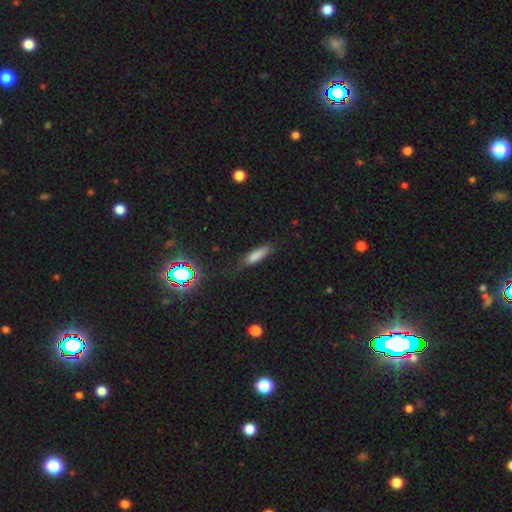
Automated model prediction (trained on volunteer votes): A smooth galaxy with no disk features (76%) that is cigar-shaped (57%).

Vote fractions:
- Smooth or featured? smooth: 76% / star or artifact: 12% / featured or disk: 12%
- How rounded? cigar-shaped: 57% / in between: 41% / round: 2%
- Merging? none: 67% / minor disturbance: 23% / major disturbance: 7% / merger: 2%